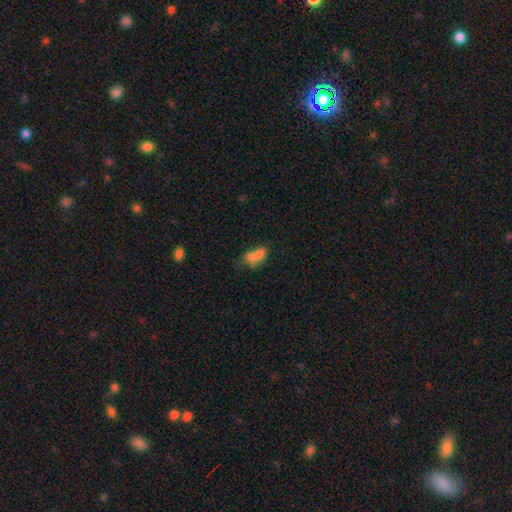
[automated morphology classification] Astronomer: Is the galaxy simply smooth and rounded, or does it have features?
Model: smooth — 72%.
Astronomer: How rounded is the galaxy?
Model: in between — 83%.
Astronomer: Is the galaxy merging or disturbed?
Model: merger — 36% (runner-up: none, 31%).